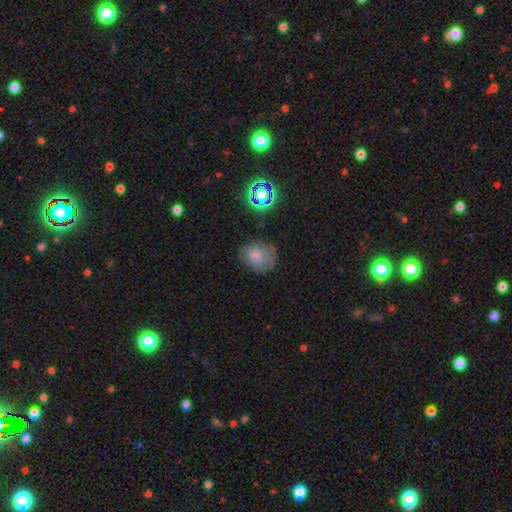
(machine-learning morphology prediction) A smooth galaxy with no disk features (64%) that is round (51%).

Vote fractions:
- Smooth or featured? smooth: 64% / featured or disk: 18% / star or artifact: 18%
- How rounded? round: 51% / in between: 48% / cigar-shaped: 1%
- Merging? none: 68% / minor disturbance: 22% / major disturbance: 8% / merger: 2%